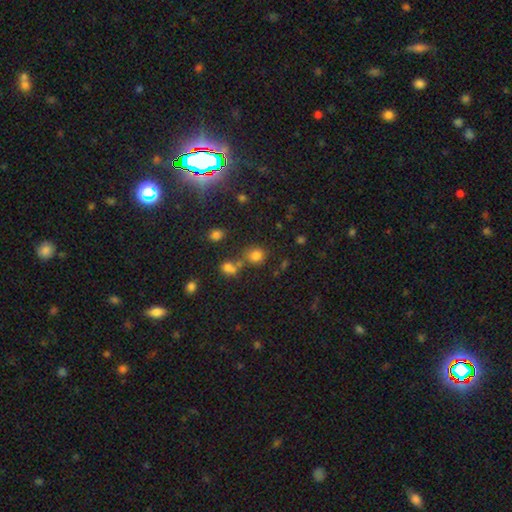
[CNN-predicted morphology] Smooth or featured? Predicted: smooth (p=0.78). How rounded? Predicted: round (p=0.79). Merging? Predicted: none (p=0.65).